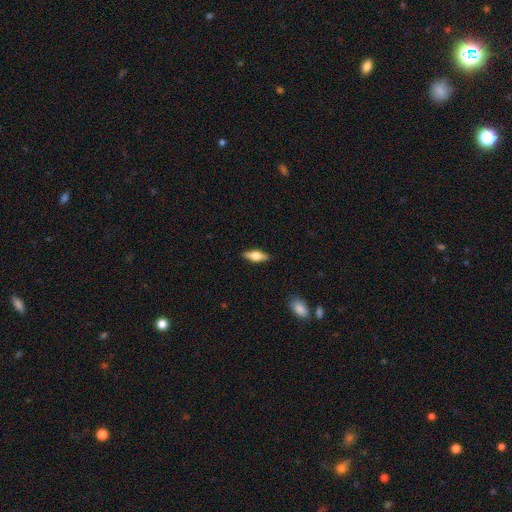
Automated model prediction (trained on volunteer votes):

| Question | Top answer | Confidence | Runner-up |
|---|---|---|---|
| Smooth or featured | smooth | 48% | featured or disk (46%) |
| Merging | none | 89% | minor disturbance (8%) |